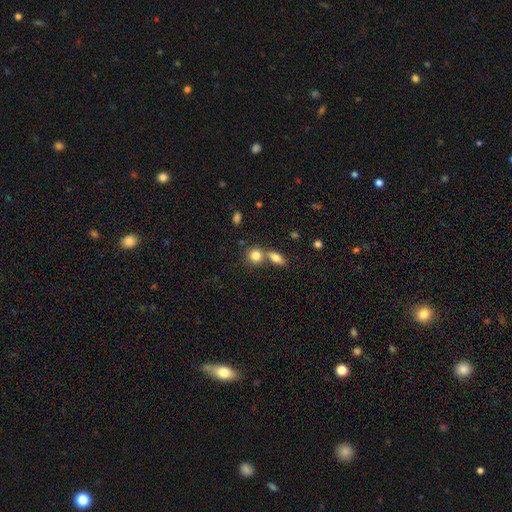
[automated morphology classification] This is clearly a smooth galaxy (82%). How rounded: likely round (73%). Merging: possibly none (47%).